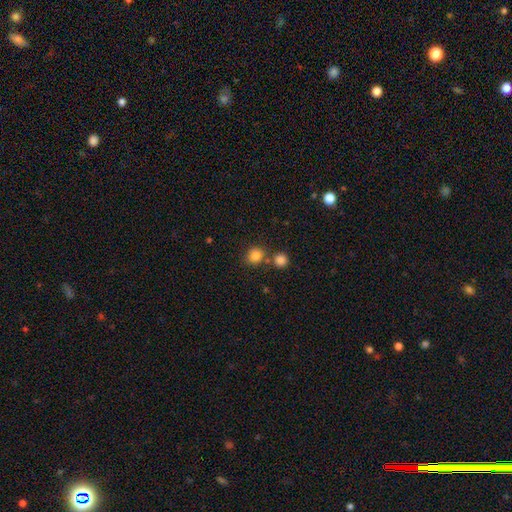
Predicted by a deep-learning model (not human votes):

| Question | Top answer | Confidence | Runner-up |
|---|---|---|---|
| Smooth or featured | smooth | 83% | star or artifact (11%) |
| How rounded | round | 81% | in between (18%) |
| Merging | none | 69% | merger (19%) |